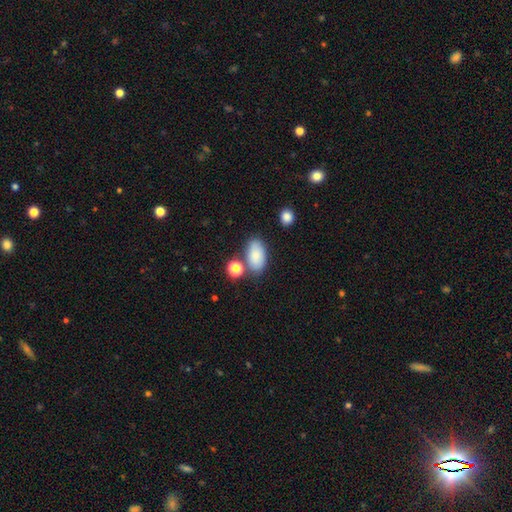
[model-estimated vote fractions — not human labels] A smooth galaxy with no disk features (81%) that is in between round and cigar-shaped (92%).

Vote fractions:
- Smooth or featured? smooth: 81% / featured or disk: 11% / star or artifact: 8%
- How rounded? in between: 92% / round: 6% / cigar-shaped: 2%
- Merging? none: 69% / minor disturbance: 15% / merger: 12% / major disturbance: 4%